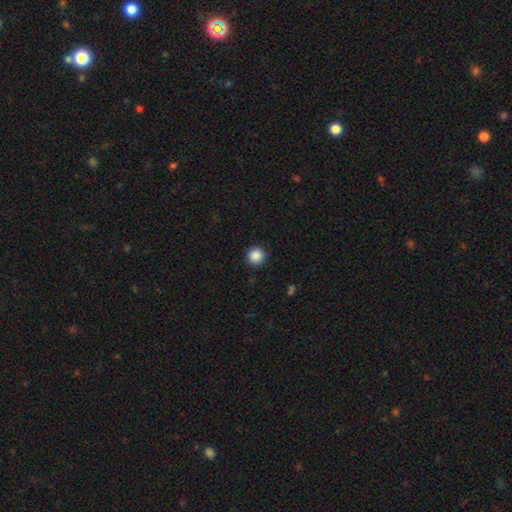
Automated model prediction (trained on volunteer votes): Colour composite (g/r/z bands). It shows a smooth galaxy with no disk features (88%) that is round (96%). Merging: none (93%).